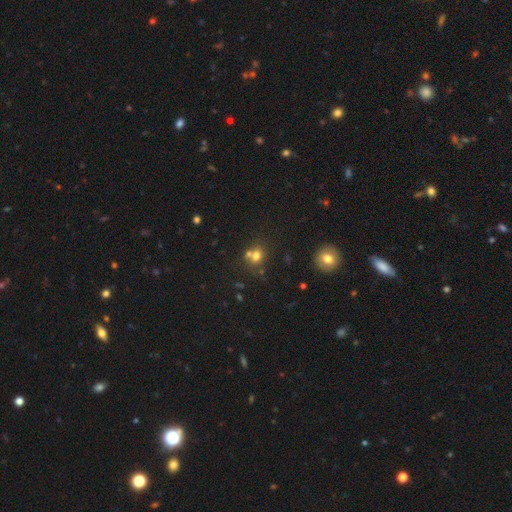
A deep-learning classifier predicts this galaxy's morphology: smooth 71%, star or artifact 17%, featured or disk 12%. Down the decision tree: how rounded — round (72%); merging — none (49%).